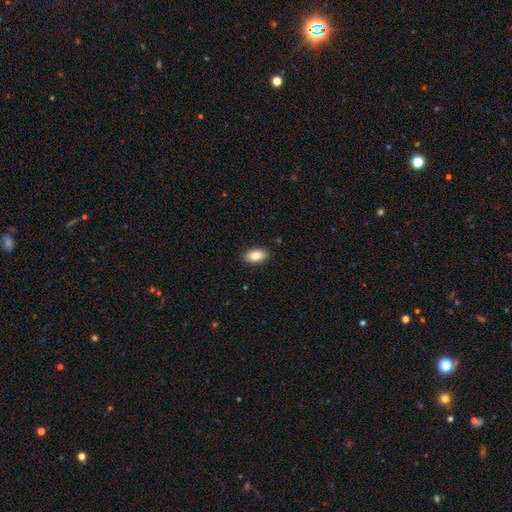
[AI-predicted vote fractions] A smooth galaxy with no disk features (82%) that is in between round and cigar-shaped (91%).

Vote fractions:
- Smooth or featured? smooth: 82% / featured or disk: 11% / star or artifact: 7%
- How rounded? in between: 91% / cigar-shaped: 5% / round: 4%
- Merging? none: 89% / minor disturbance: 8% / major disturbance: 2% / merger: 1%